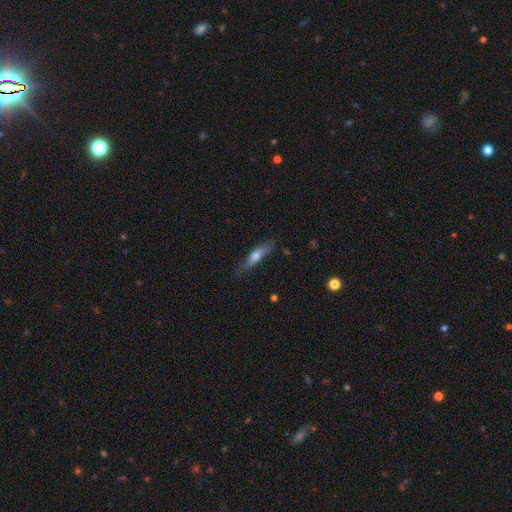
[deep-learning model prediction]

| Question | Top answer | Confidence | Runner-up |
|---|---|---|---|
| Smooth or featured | smooth | 49% | featured or disk (44%) |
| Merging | none | 70% | minor disturbance (23%) |